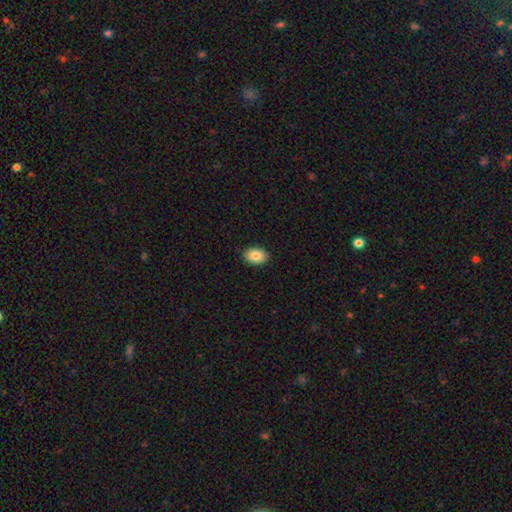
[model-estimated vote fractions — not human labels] This is clearly a smooth galaxy (85%). How rounded: clearly in between (82%). Merging: clearly none (90%).